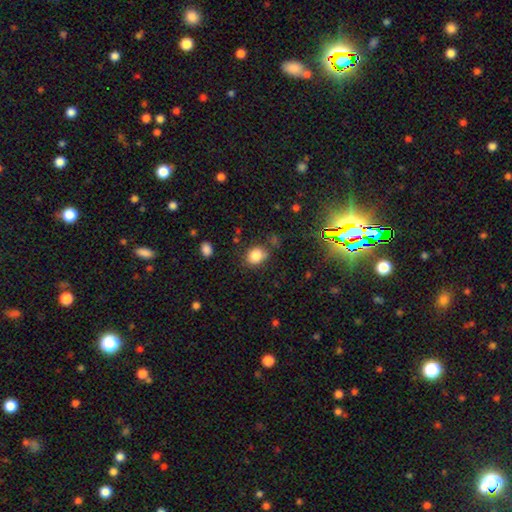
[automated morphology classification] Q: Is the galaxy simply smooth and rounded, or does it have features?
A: smooth — 83%.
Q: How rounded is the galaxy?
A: round — 50%.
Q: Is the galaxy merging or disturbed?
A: none — 73%.